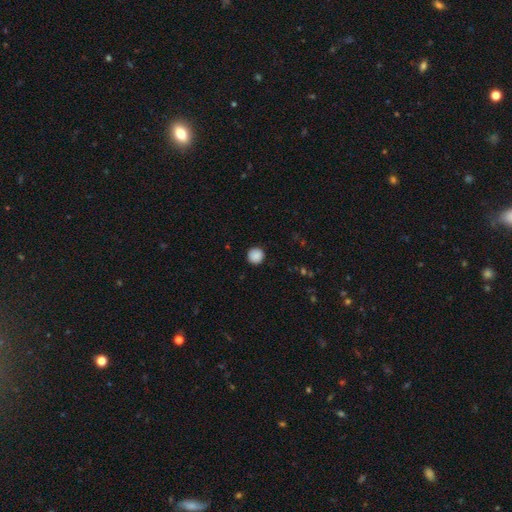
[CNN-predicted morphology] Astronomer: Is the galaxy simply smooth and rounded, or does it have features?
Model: smooth — 89%.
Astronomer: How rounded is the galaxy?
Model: round — 95%.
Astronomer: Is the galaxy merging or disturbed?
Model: none — 92%.